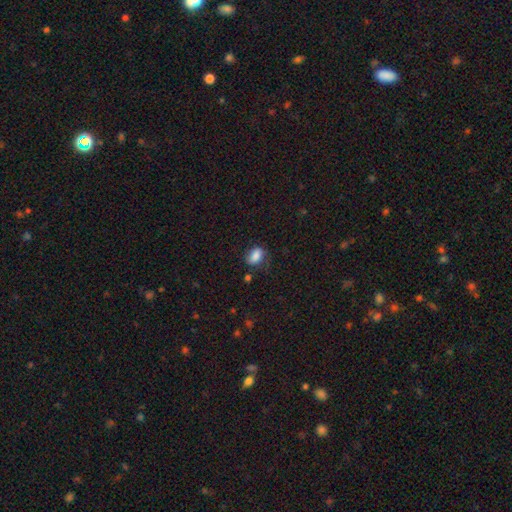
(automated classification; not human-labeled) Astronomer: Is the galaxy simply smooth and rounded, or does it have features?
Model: smooth — 83%.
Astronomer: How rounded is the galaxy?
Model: in between — 82%.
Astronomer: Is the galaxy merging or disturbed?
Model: none — 62%.